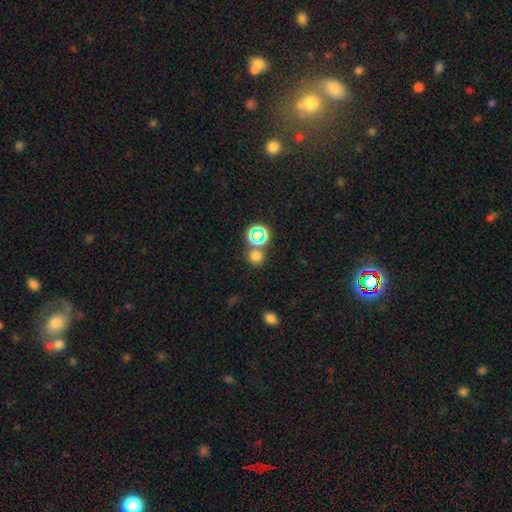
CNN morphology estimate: This appears to be a smooth galaxy with no disk features (66%) that is round (86%). Merging: none (68%).